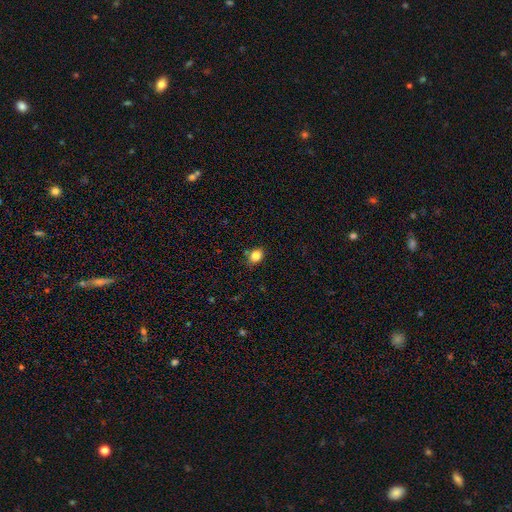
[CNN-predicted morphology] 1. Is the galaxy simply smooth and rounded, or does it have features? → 84% smooth, 11% star or artifact, 6% featured or disk.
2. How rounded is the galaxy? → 57% in between, 42% round, 1% cigar-shaped.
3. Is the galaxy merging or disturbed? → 79% none, 14% minor disturbance, 3% merger, 3% major disturbance.